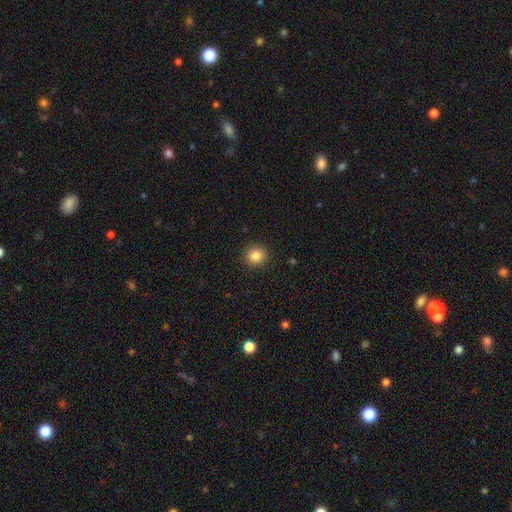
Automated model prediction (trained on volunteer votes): A smooth galaxy with no disk features (85%) that is round (89%). Merging: none (91%).